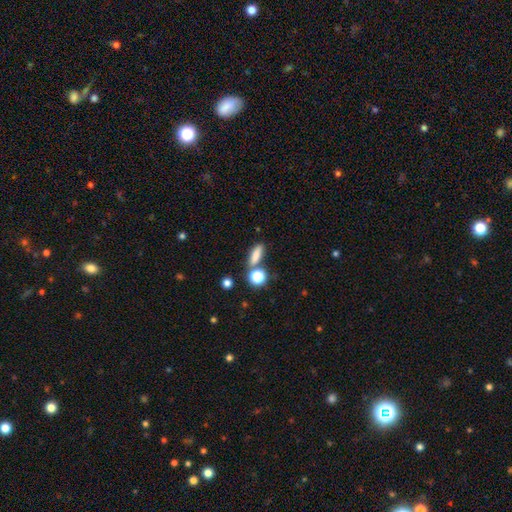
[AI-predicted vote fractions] This is likely a smooth galaxy (79%). How rounded: possibly in between (50%). Merging: likely none (65%).